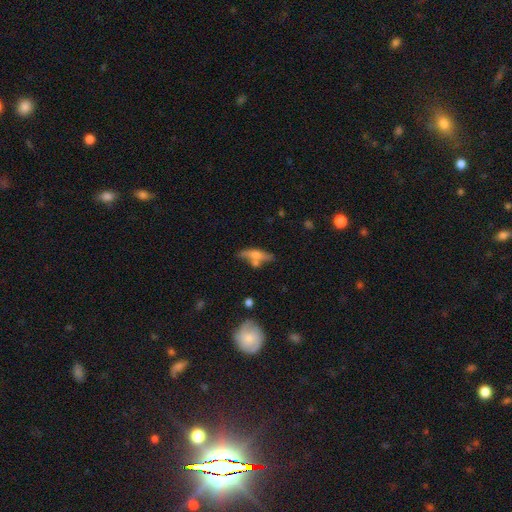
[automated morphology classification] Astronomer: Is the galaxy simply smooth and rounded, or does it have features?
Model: smooth — 50% (runner-up: featured or disk, 42%).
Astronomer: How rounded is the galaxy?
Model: cigar-shaped — 56% (runner-up: in between, 40%).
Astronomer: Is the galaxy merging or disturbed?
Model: none — 55%.